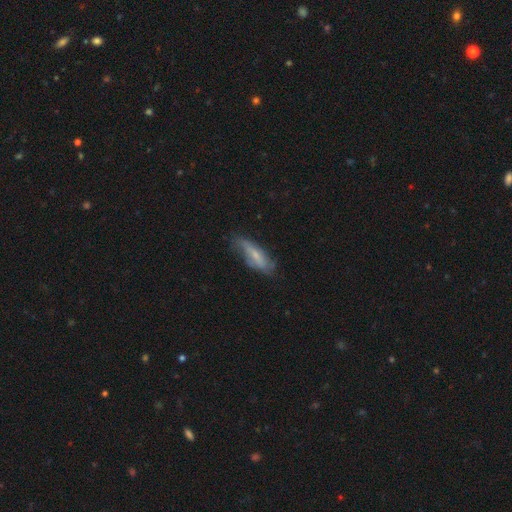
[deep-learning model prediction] This appears to be a smooth galaxy with no disk features (50%). Merging: none (55%).